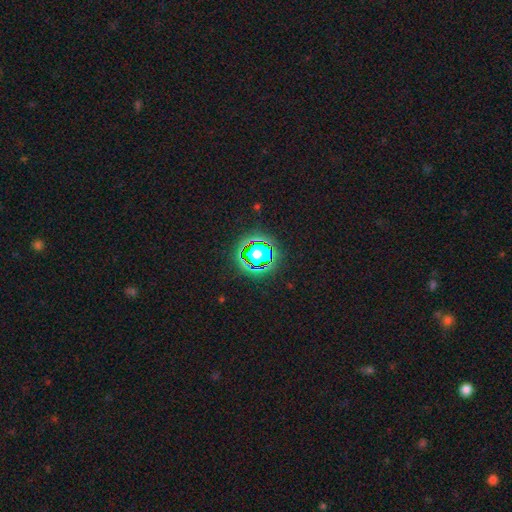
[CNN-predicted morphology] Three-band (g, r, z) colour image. It shows a star or artifact, not a galaxy (79%).